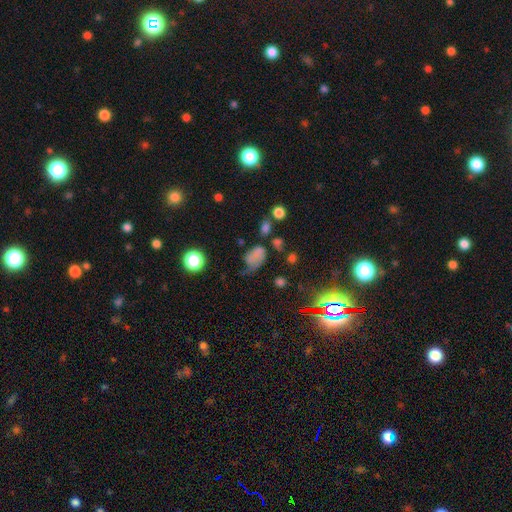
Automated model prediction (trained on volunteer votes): Smooth or featured: smooth — 62% (featured or disk — 20%)
How rounded: in between — 78% (round — 20%)
Merging: major disturbance — 40% (minor disturbance — 28%)